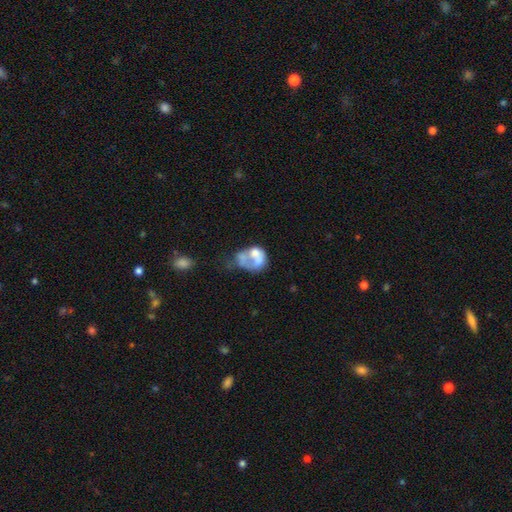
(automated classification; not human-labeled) smooth-or-featured: smooth: 46% | featured or disk: 44% | star or artifact: 10%
  merging: merger: 42% | major disturbance: 27% | none: 17% | minor disturbance: 13%